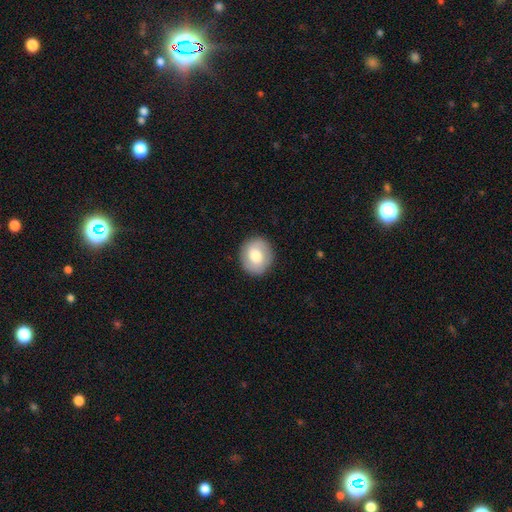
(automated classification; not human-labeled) The model was most divided on "smooth or featured": smooth: 68%, featured or disk: 26%, star or artifact: 7%. More confident: merging — none (88%); how rounded — round (76%).